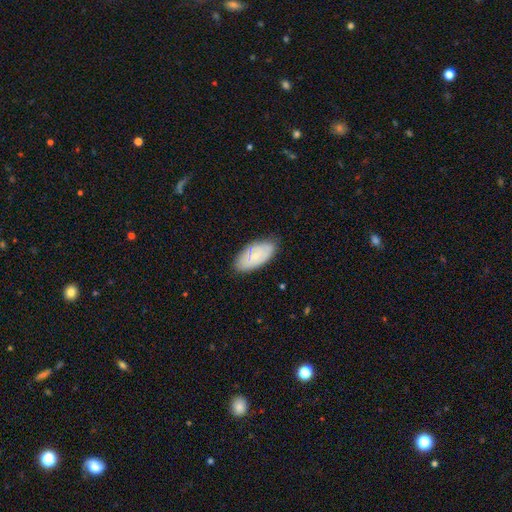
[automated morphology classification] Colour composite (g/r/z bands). It shows a smooth galaxy with no disk features (56%) that is in between round and cigar-shaped (94%). Merging: none (81%).